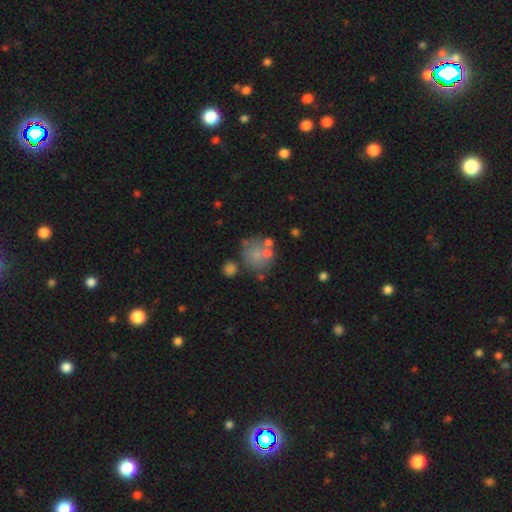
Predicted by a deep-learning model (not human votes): The model was most divided on "merging": none: 49%, merger: 22%, minor disturbance: 17%, major disturbance: 12%. More confident: how rounded — round (79%); smooth or featured — smooth (58%).